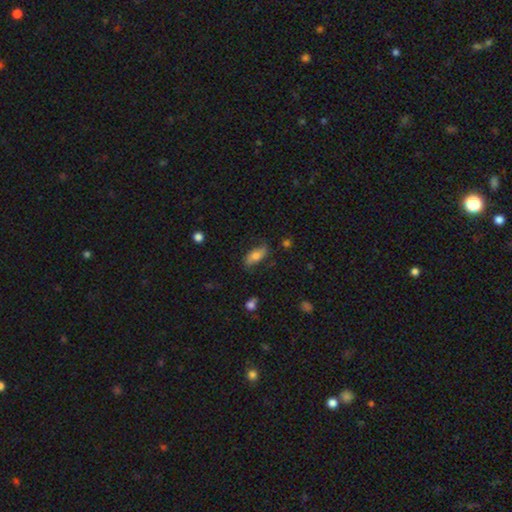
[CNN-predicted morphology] smooth_or_featured: smooth (p=0.66) [alt: featured or disk p=0.27]
how_rounded: in between (p=0.81) [alt: cigar-shaped p=0.15]
merging: none (p=0.73) [alt: minor disturbance p=0.20]